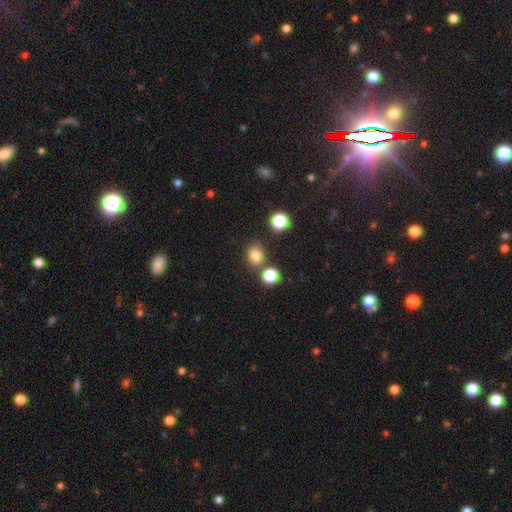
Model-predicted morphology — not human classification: Q: Smooth or featured?
A: smooth (80%); runner-up: star or artifact (15%)
Q: How rounded?
A: round (66%); runner-up: in between (33%)
Q: Merging?
A: none (75%); runner-up: merger (11%)